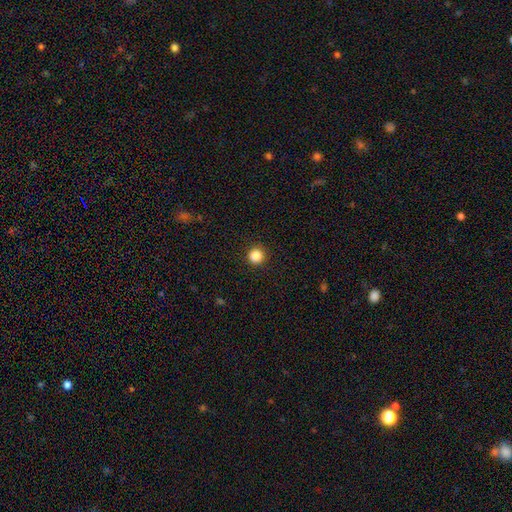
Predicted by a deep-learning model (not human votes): Overall: smooth (87%). How rounded: round (94%). Merging: none (91%).